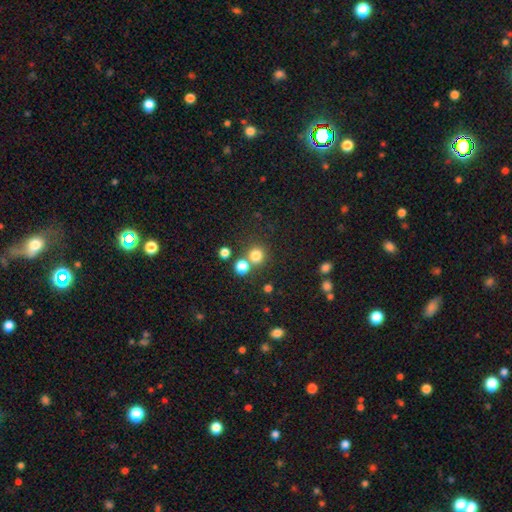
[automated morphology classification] Smooth or featured: smooth — 78% (star or artifact — 16%)
How rounded: round — 91% (in between — 8%)
Merging: none — 68% (merger — 21%)